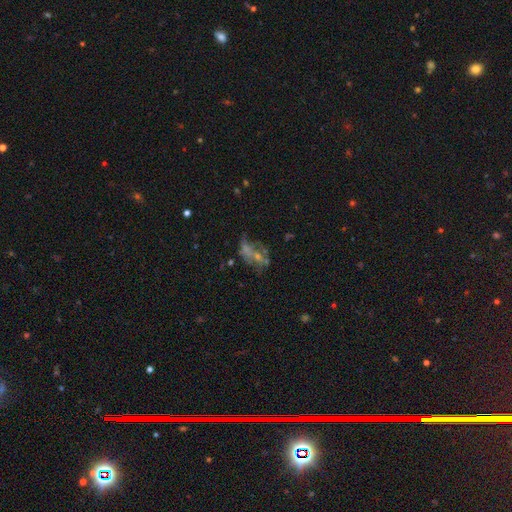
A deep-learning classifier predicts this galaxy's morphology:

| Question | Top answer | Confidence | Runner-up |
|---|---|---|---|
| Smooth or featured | featured or disk | 50% | smooth (28%) |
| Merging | none | 35% | major disturbance (29%) |